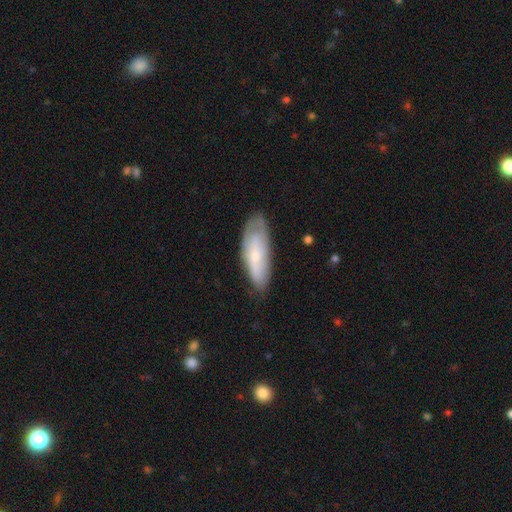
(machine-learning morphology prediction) type=smooth (57%); roundness=in between (61%); merging=none (70%).